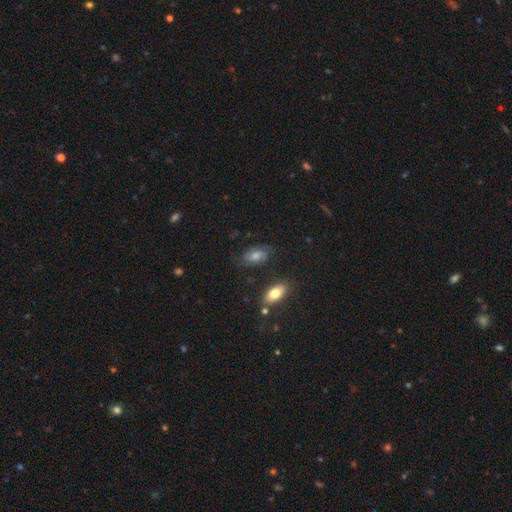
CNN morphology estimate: smooth-or-featured: smooth: 50% | featured or disk: 36% | star or artifact: 14%
  merging: none: 72% | minor disturbance: 18% | major disturbance: 7% | merger: 3%